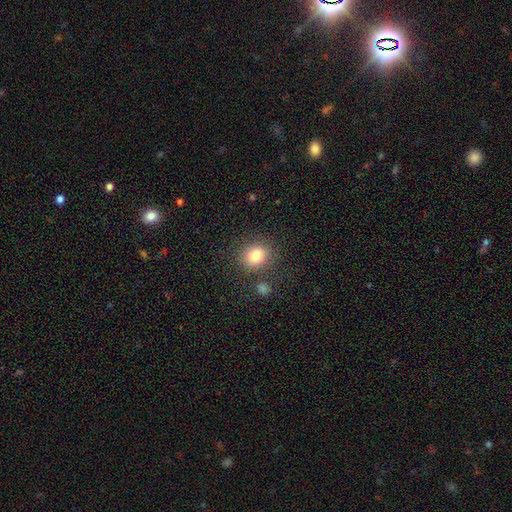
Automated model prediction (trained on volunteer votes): smooth 81%, star or artifact 11%, featured or disk 8%. Down the decision tree: how rounded — round (71%); merging — none (81%).